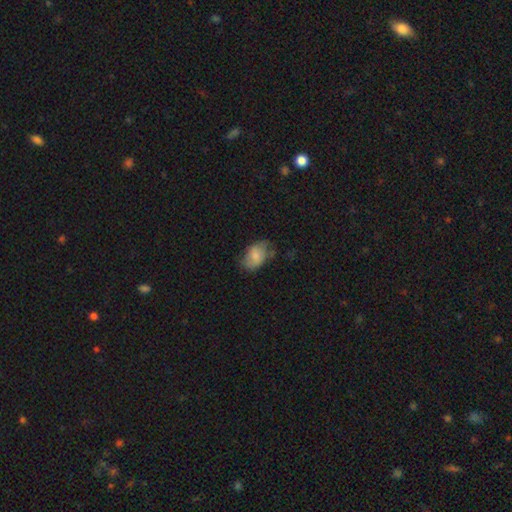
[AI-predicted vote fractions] Smooth or featured?
  - smooth: 75% *
  - featured or disk: 18%
  - star or artifact: 7%
How rounded?
  - in between: 84% *
  - round: 14%
  - cigar-shaped: 1%
Merging?
  - none: 54% *
  - minor disturbance: 31%
  - major disturbance: 13%
  - merger: 2%